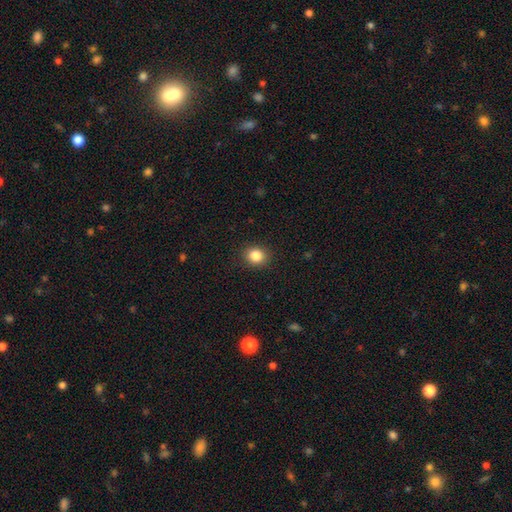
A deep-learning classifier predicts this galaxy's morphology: Smooth or featured? Predicted: smooth (p=0.85). How rounded? Predicted: round (p=0.76). Merging? Predicted: none (p=0.90).